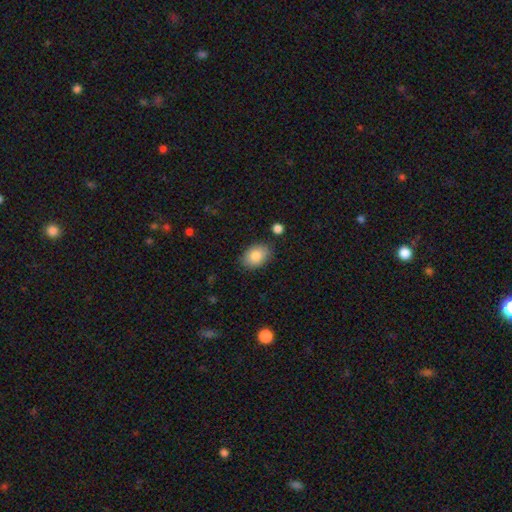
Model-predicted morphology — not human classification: Smooth or featured? smooth (84%)
How rounded? in between (79%)
Merging? none (83%)